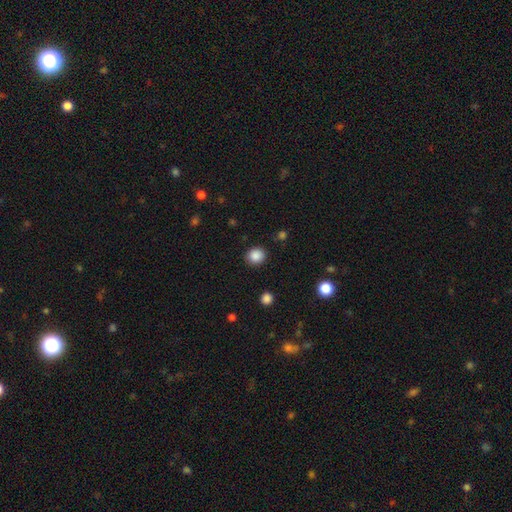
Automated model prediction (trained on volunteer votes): Overall: smooth (87%). How rounded: round (82%). Merging: none (89%).